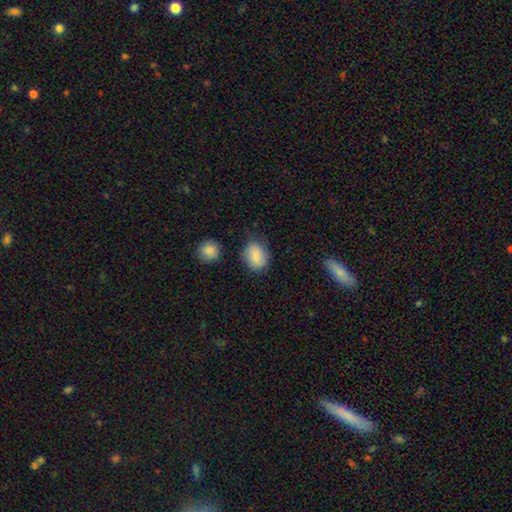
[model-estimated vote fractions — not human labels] smooth-or-featured: smooth: 86% | star or artifact: 7% | featured or disk: 7%
  how-rounded: in between: 54% | round: 45% | cigar-shaped: 1%
  merging: none: 73% | minor disturbance: 19% | major disturbance: 5% | merger: 4%